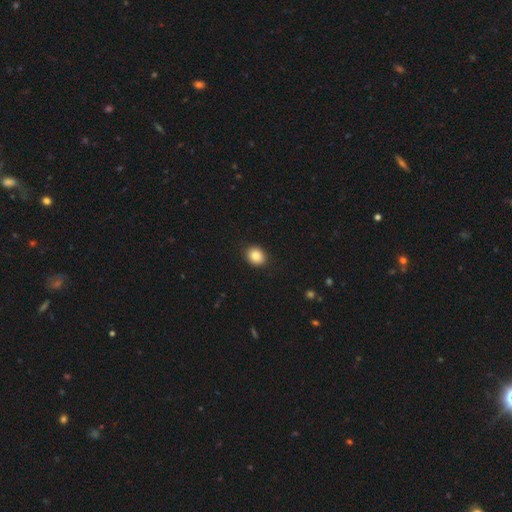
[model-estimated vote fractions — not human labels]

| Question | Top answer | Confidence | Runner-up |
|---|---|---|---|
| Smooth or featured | smooth | 86% | star or artifact (9%) |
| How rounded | round | 53% | in between (46%) |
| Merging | none | 90% | minor disturbance (7%) |